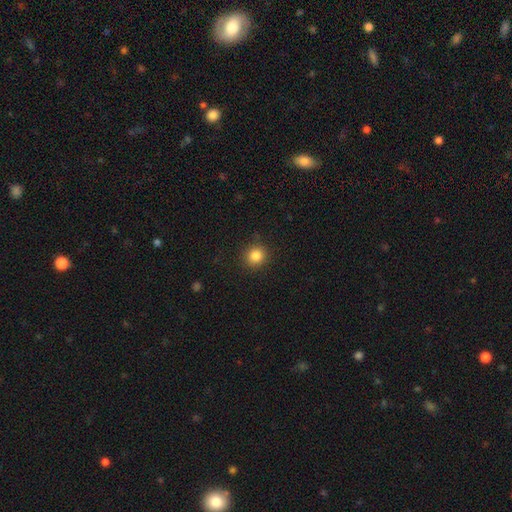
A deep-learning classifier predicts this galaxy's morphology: Smooth or featured? smooth (84%)
How rounded? round (89%)
Merging? none (89%)